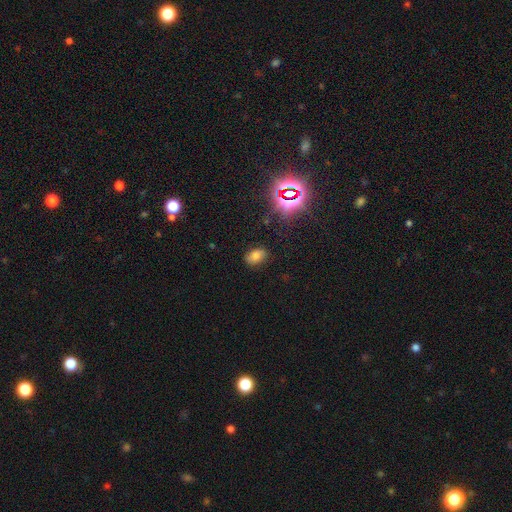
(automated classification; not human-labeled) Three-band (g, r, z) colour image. It shows a smooth galaxy with no disk features (68%) that is in between round and cigar-shaped (82%). Merging: none (84%).